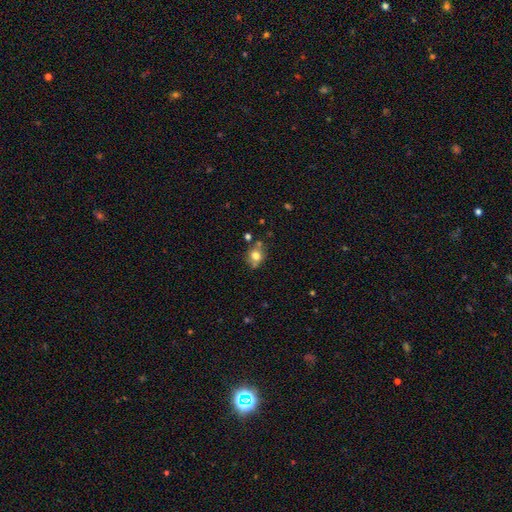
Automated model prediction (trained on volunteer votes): smooth 71%, featured or disk 17%, star or artifact 12%. Down the decision tree: how rounded — round (68%); merging — none (62%).